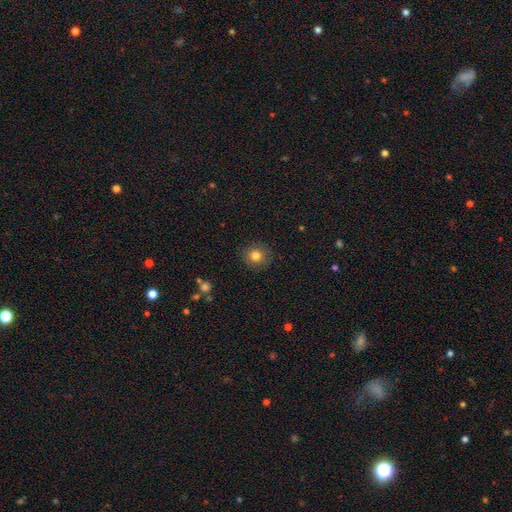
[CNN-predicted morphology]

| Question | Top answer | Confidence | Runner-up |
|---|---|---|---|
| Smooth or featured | smooth | 80% | star or artifact (11%) |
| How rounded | round | 88% | in between (11%) |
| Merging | none | 88% | minor disturbance (8%) |